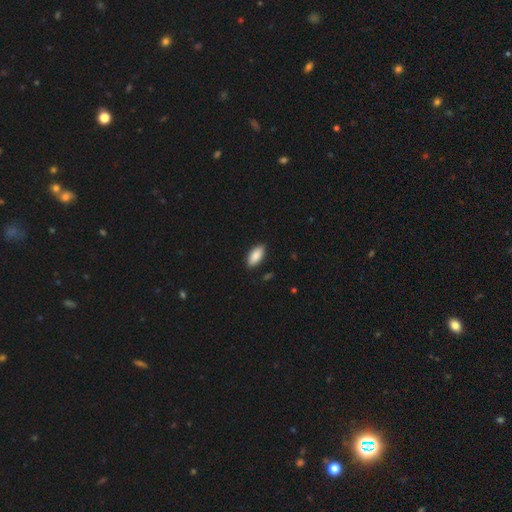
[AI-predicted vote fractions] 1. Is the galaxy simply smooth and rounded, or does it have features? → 89% smooth, 6% star or artifact, 5% featured or disk.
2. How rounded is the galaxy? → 90% in between, 8% cigar-shaped, 2% round.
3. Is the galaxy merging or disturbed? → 89% none, 8% minor disturbance, 2% major disturbance, 1% merger.